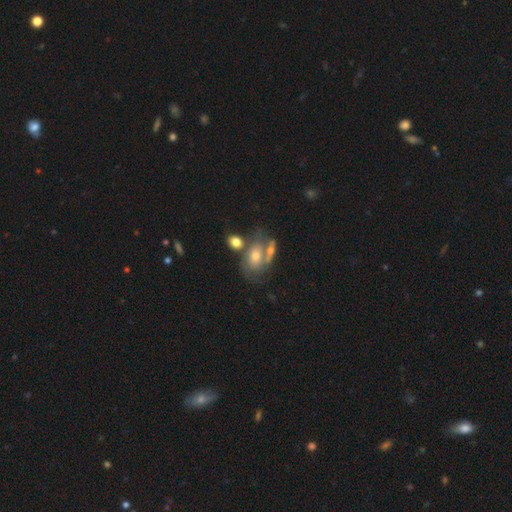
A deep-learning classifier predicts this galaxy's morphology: type=featured or disk (40%); merging=none (41%).